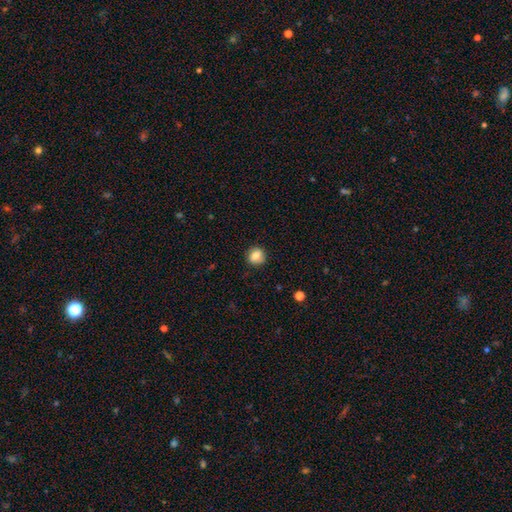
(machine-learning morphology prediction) The model was most divided on "how rounded": round: 79%, in between: 20%, cigar-shaped: 1%. More confident: merging — none (85%); smooth or featured — smooth (80%).